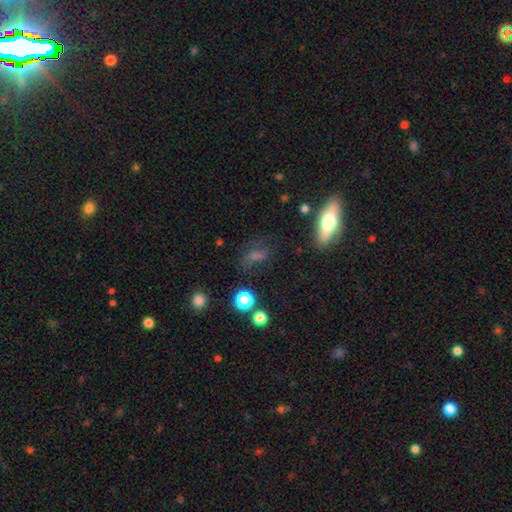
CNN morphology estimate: type=smooth (48%); merging=none (63%).